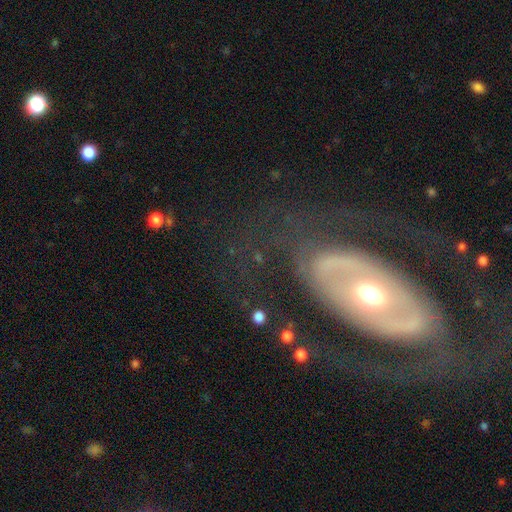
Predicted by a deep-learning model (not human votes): A featured or disk galaxy (76%) with no bar (62%), no spiral arms (55%) and a moderate central bulge (66%).

Vote fractions:
- Smooth or featured? featured or disk: 76% / smooth: 17% / star or artifact: 6%
- Edge-on disk? no: 91% / yes: 9%
- Bar? no: 62% / weak: 20% / strong: 18%
- Spiral arms? no: 55% / yes: 45%
- Bulge size? moderate: 66% / small: 18% / large: 12% / dominant: 2% / none: 1%
- Merging? none: 73% / major disturbance: 14% / minor disturbance: 11% / merger: 2%